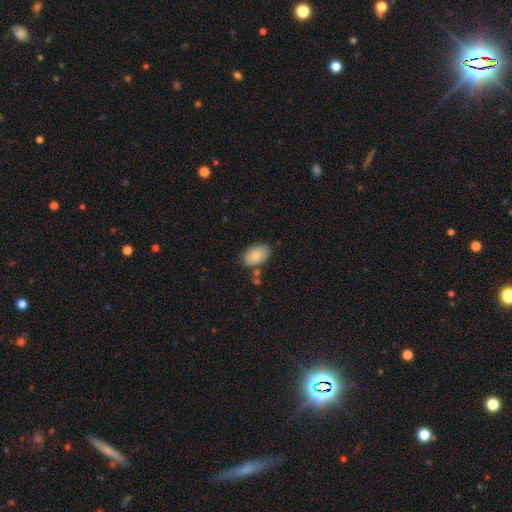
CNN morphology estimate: A smooth galaxy with no disk features (85%) that is in between round and cigar-shaped (91%). Merging: none (73%).